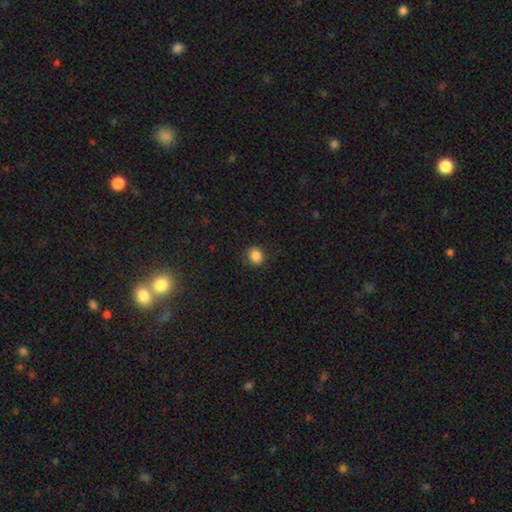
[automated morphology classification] Smooth or featured? Predicted: smooth (p=0.85). How rounded? Predicted: round (p=0.65). Merging? Predicted: none (p=0.86).